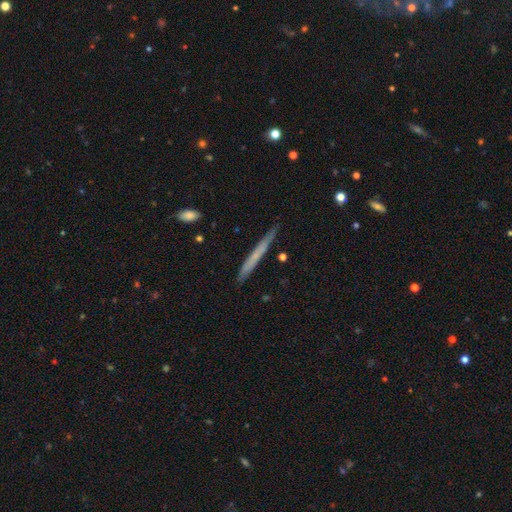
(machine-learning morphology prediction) The model was most divided on "smooth or featured": smooth: 54%, featured or disk: 40%, star or artifact: 6%. More confident: how rounded — cigar-shaped (97%); merging — none (86%).